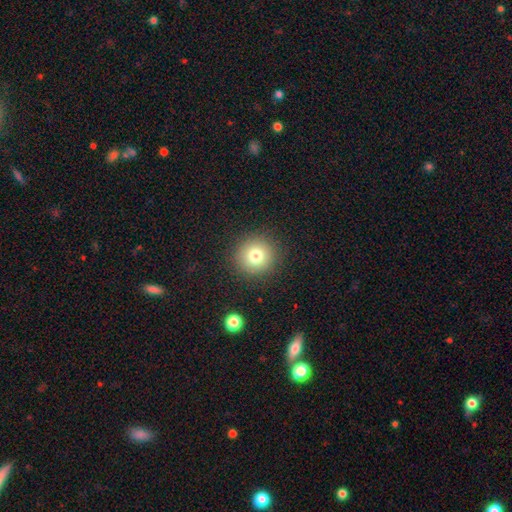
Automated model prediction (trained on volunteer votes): Smooth or featured: smooth — 77% (star or artifact — 13%)
How rounded: round — 93% (in between — 6%)
Merging: none — 90% (minor disturbance — 6%)